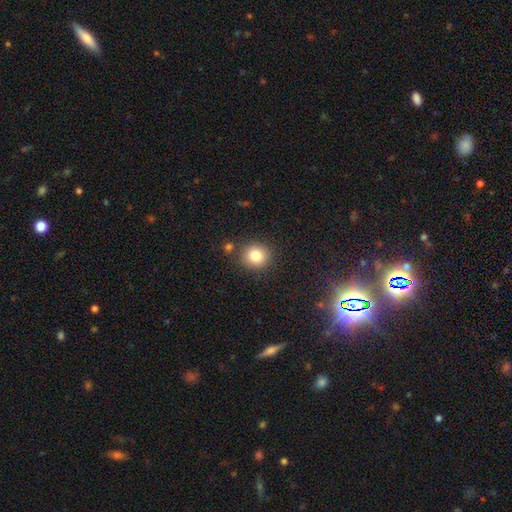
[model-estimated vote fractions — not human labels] Overall: smooth (82%). How rounded: round (87%). Merging: none (84%).